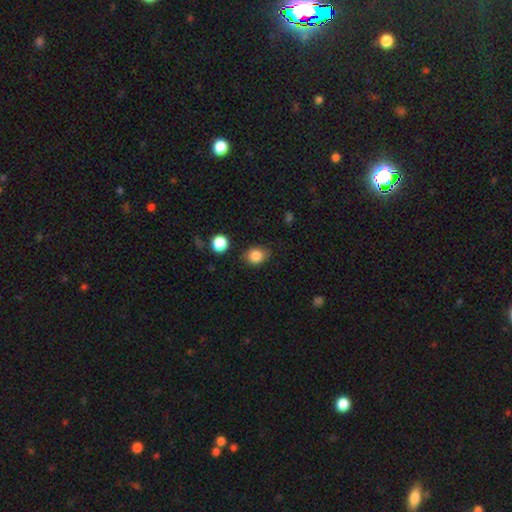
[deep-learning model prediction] Smooth or featured?
  - smooth: 85% *
  - star or artifact: 10%
  - featured or disk: 5%
How rounded?
  - round: 55% *
  - in between: 43%
  - cigar-shaped: 1%
Merging?
  - none: 78% *
  - minor disturbance: 16%
  - major disturbance: 4%
  - merger: 3%